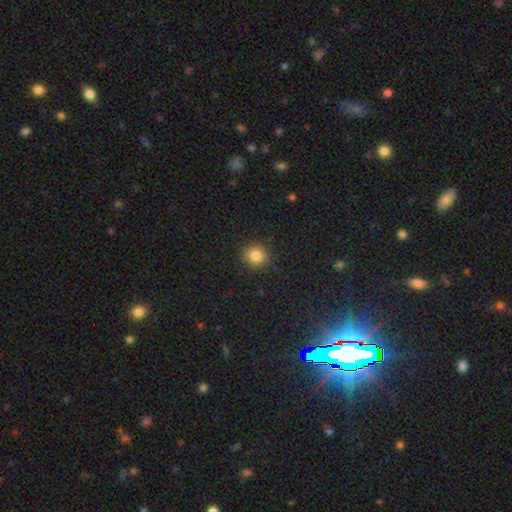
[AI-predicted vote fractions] The model was most divided on "smooth or featured": smooth: 84%, star or artifact: 12%, featured or disk: 4%. More confident: how rounded — round (91%); merging — none (89%).